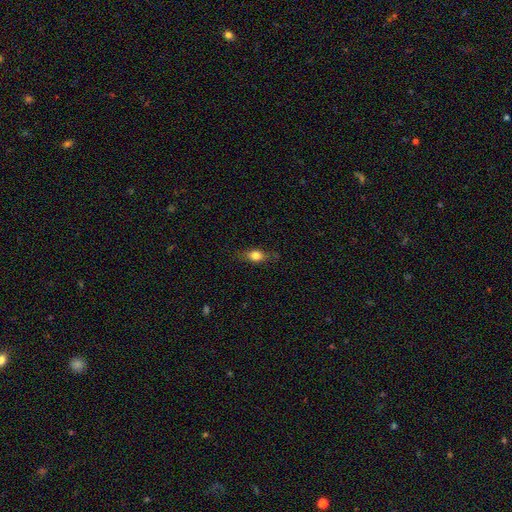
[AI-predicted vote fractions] This appears to be a smooth galaxy with no disk features (76%) that is in between round and cigar-shaped (68%). Merging: none (76%).